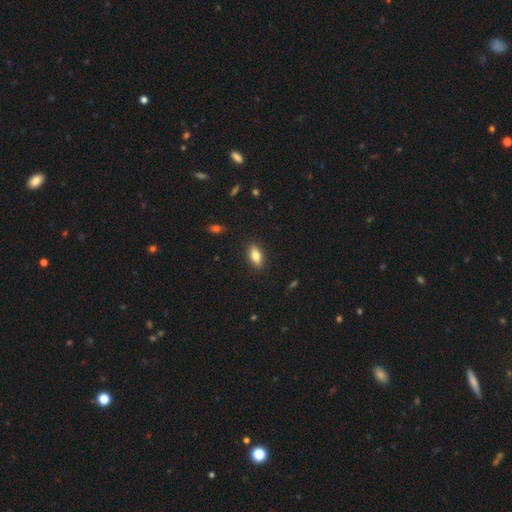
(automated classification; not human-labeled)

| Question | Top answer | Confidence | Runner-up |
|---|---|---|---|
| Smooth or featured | smooth | 77% | featured or disk (15%) |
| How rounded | in between | 83% | cigar-shaped (13%) |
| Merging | none | 88% | minor disturbance (9%) |